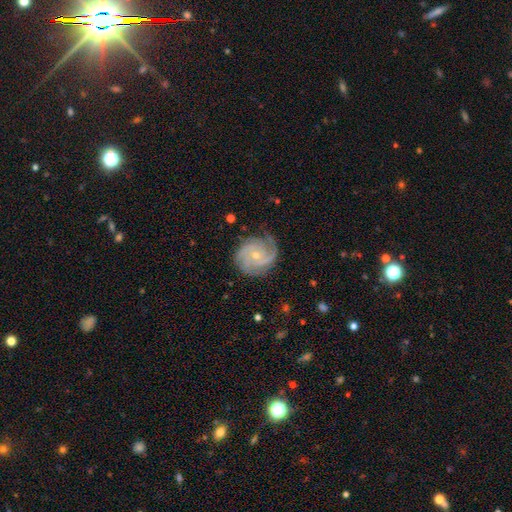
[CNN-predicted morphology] smooth-or-featured: featured or disk: 90% | smooth: 5% | star or artifact: 5%
  disk-edge-on: no: 98% | yes: 2%
    bar: no: 71% | weak: 24% | strong: 5%
    has-spiral-arms: yes: 98% | no: 2%
      spiral-winding: tight: 64% | medium: 31% | loose: 5%
      spiral-arm-count: 3: 41% | 2: 27% | can't tell: 12% | 4: 9% | 1: 6% | more than 4: 6%
    bulge-size: small: 69% | moderate: 28% | none: 1% | large: 1% | dominant: 1%
  merging: none: 78% | minor disturbance: 16% | major disturbance: 5% | merger: 1%